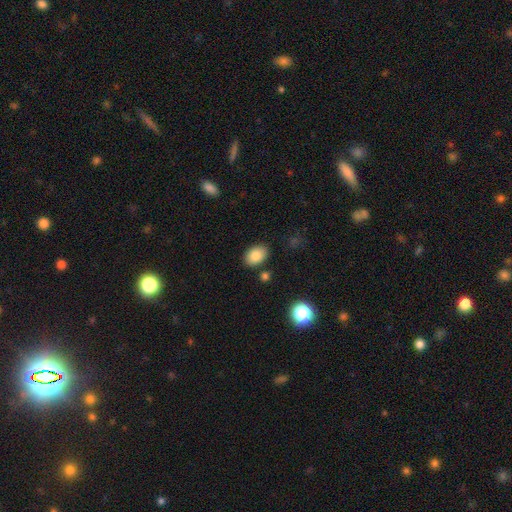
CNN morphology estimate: Q: Smooth or featured?
A: smooth (83%); runner-up: featured or disk (9%)
Q: How rounded?
A: in between (82%); runner-up: round (17%)
Q: Merging?
A: none (84%); runner-up: minor disturbance (10%)